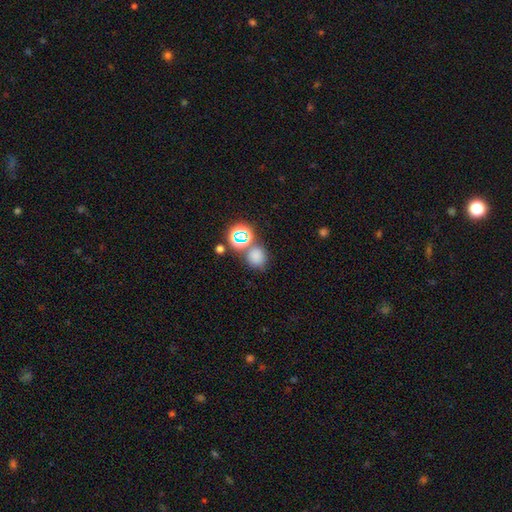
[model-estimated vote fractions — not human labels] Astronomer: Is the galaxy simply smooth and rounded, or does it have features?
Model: smooth — 71%.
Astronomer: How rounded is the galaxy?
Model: round — 81%.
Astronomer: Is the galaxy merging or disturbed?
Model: none — 65%.